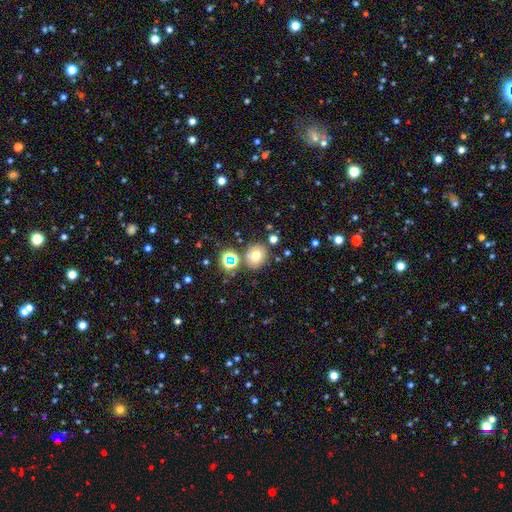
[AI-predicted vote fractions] smooth_or_featured: smooth (p=0.67) [alt: star or artifact p=0.20]
how_rounded: round (p=0.68) [alt: in between p=0.31]
merging: none (p=0.75) [alt: merger p=0.11]